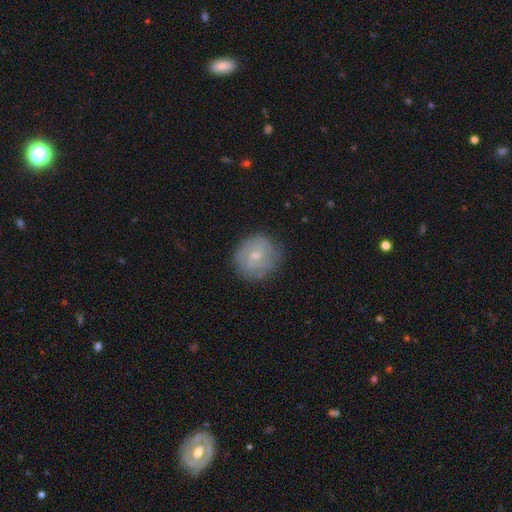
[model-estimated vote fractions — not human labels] smooth_or_featured: smooth (p=0.56) [alt: featured or disk p=0.35]
how_rounded: round (p=0.88) [alt: in between p=0.11]
merging: none (p=0.78) [alt: minor disturbance p=0.16]